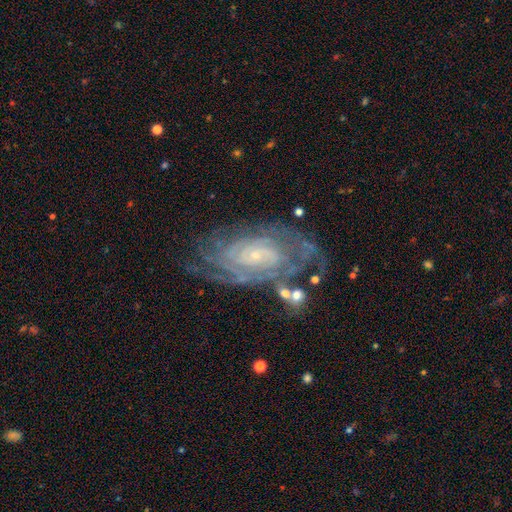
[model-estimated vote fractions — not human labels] Q: Smooth or featured?
A: featured or disk (84%); runner-up: smooth (8%)
Q: Edge-on disk?
A: no (95%); runner-up: yes (5%)
Q: Bar?
A: no (66%); runner-up: weak (26%)
Q: Spiral arms?
A: yes (94%); runner-up: no (6%)
Q: Spiral winding?
A: tight (74%); runner-up: medium (21%)
Q: Spiral arm count?
A: can't tell (43%); runner-up: 4 (16%)
Q: Bulge size?
A: small (82%); runner-up: moderate (11%)
Q: Merging?
A: none (66%); runner-up: minor disturbance (19%)